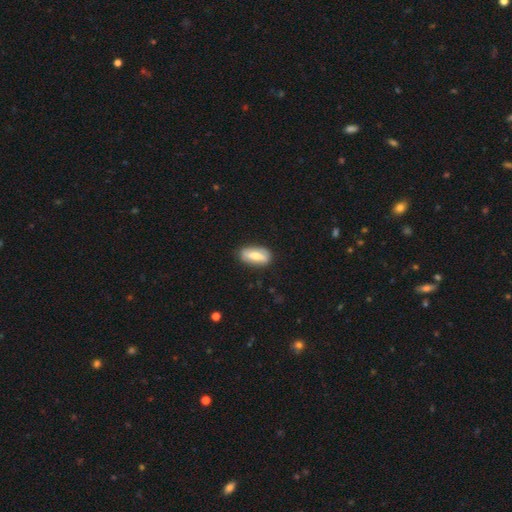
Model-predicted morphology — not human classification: Smooth or featured?
  - smooth: 56% *
  - featured or disk: 38%
  - star or artifact: 6%
How rounded?
  - in between: 81% *
  - cigar-shaped: 15%
  - round: 4%
Merging?
  - none: 83% *
  - minor disturbance: 13%
  - major disturbance: 3%
  - merger: 1%